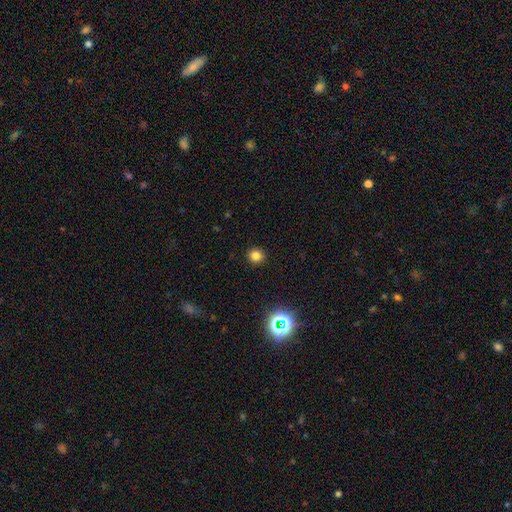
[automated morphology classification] This appears to be a smooth galaxy with no disk features (79%) that is round (86%). Merging: none (91%).